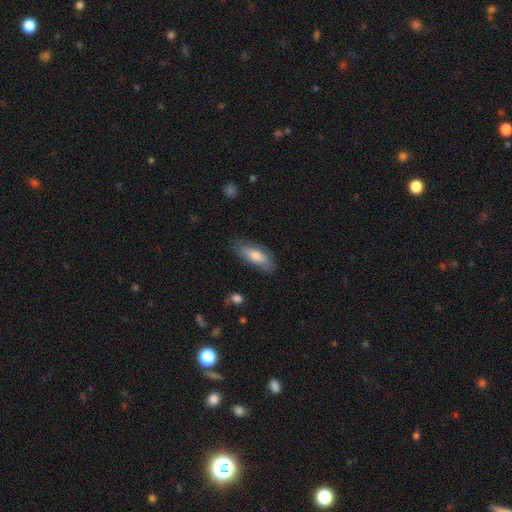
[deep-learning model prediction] A smooth galaxy with no disk features (71%) that is in between round and cigar-shaped (64%).

Vote fractions:
- Smooth or featured? smooth: 71% / featured or disk: 23% / star or artifact: 6%
- How rounded? in between: 64% / cigar-shaped: 34% / round: 2%
- Merging? none: 74% / minor disturbance: 20% / major disturbance: 4% / merger: 2%